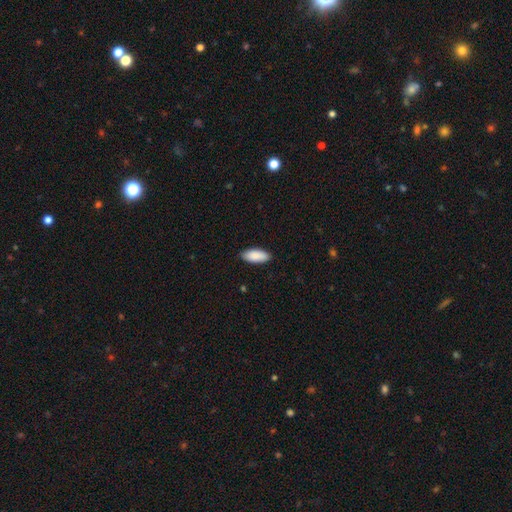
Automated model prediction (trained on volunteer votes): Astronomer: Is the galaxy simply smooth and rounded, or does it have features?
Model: smooth — 90%.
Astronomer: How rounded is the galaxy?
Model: in between — 85%.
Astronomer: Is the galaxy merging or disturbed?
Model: none — 88%.